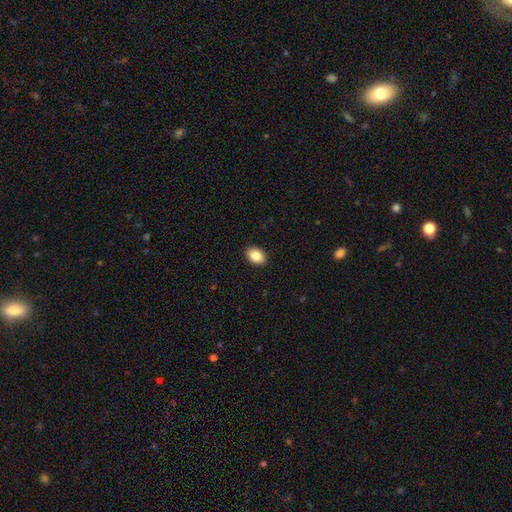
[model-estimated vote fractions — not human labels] This appears to be a smooth galaxy with no disk features (85%) that is in between round and cigar-shaped (84%). Merging: none (91%).